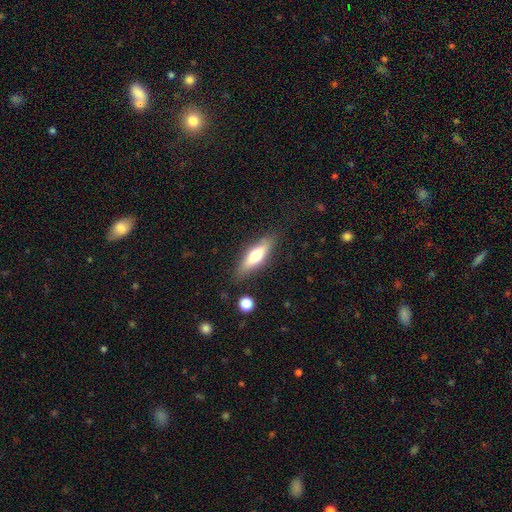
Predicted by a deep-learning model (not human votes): The model was most divided on "how rounded": cigar-shaped: 55%, in between: 42%, round: 2%. More confident: merging — none (83%); smooth or featured — smooth (54%).